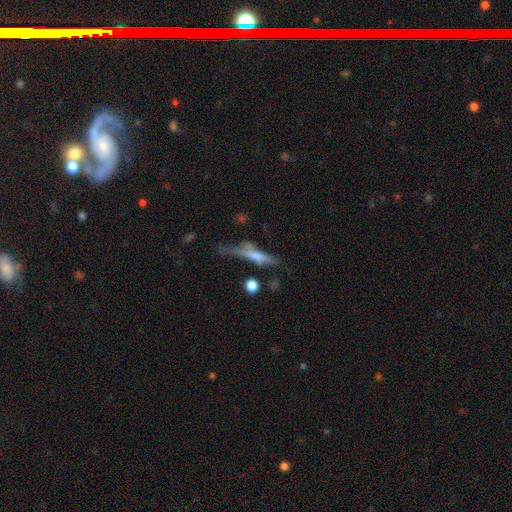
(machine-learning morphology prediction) type=smooth (49%); merging=none (44%).